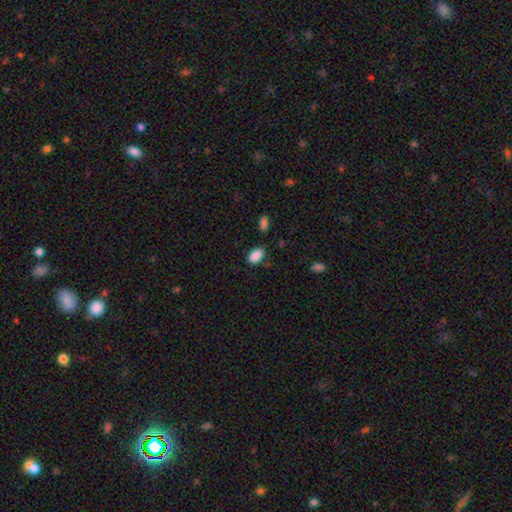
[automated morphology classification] This is clearly a smooth galaxy (89%). How rounded: clearly in between (93%). Merging: clearly none (80%).